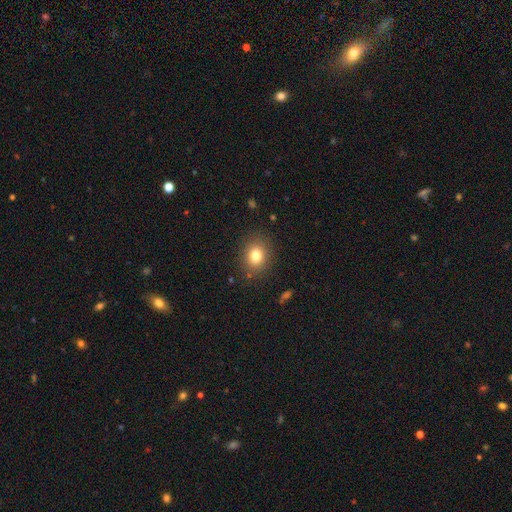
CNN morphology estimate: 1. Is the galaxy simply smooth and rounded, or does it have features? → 80% smooth, 12% star or artifact, 9% featured or disk.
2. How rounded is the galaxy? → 63% round, 36% in between, 1% cigar-shaped.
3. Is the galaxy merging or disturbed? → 86% none, 9% minor disturbance, 3% major disturbance, 1% merger.